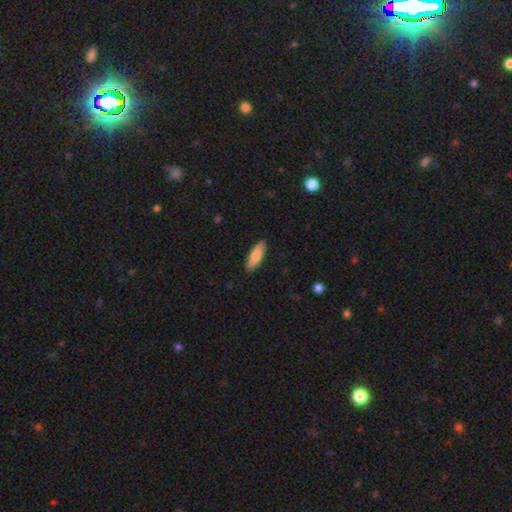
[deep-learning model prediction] Overall: smooth (86%). How rounded: in between (57%; cigar-shaped 41%). Merging: none (88%).